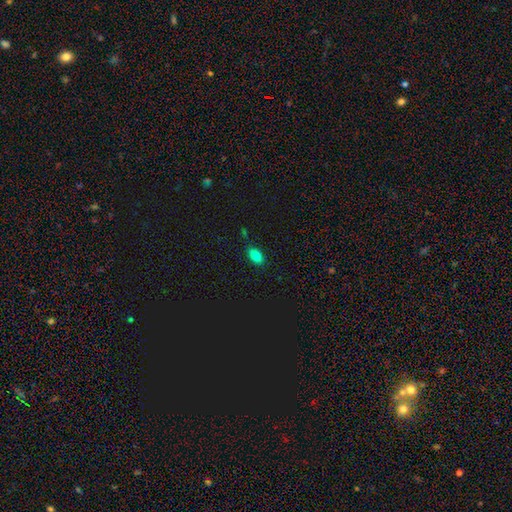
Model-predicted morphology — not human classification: smooth_or_featured: smooth (p=0.83) [alt: star or artifact p=0.13]
how_rounded: in between (p=0.90) [alt: round p=0.07]
merging: none (p=0.79) [alt: minor disturbance p=0.14]